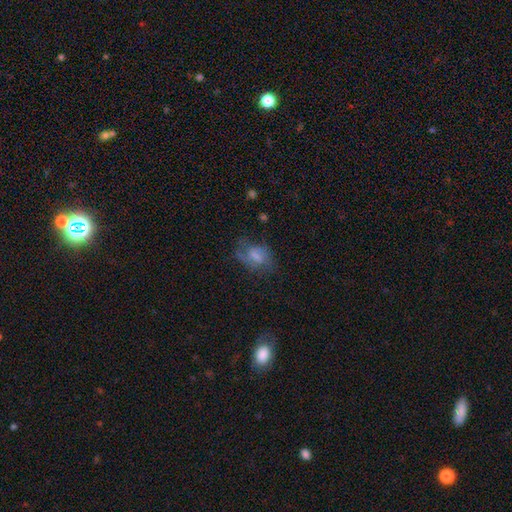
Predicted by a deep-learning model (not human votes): Smooth or featured?
  - smooth: 46% *
  - featured or disk: 44%
  - star or artifact: 11%
Merging?
  - none: 48% *
  - minor disturbance: 26%
  - major disturbance: 24%
  - merger: 2%